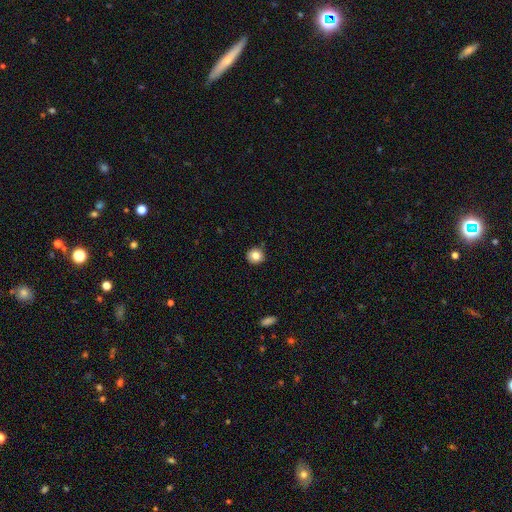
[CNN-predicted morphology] smooth-or-featured: smooth: 81% | star or artifact: 10% | featured or disk: 9%
  how-rounded: round: 91% | in between: 8% | cigar-shaped: 1%
  merging: none: 89% | minor disturbance: 8% | major disturbance: 2% | merger: 1%